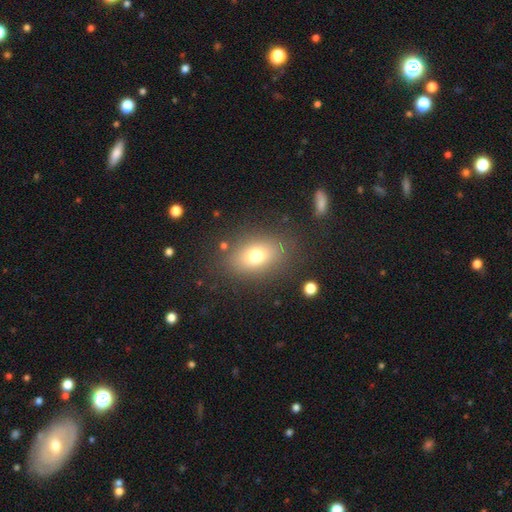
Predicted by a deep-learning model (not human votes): Smooth or featured?
  - smooth: 72% *
  - featured or disk: 14%
  - star or artifact: 14%
How rounded?
  - in between: 68% *
  - round: 31%
  - cigar-shaped: 2%
Merging?
  - none: 82% *
  - minor disturbance: 10%
  - major disturbance: 5%
  - merger: 2%